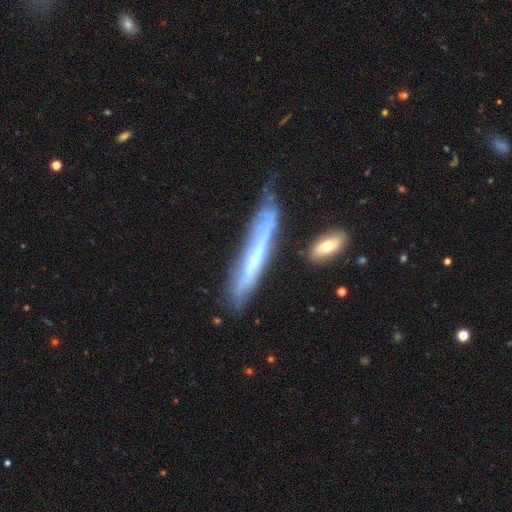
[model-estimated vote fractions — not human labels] A featured or disk galaxy (67%) viewed edge-on (68%). Merging: none (58%).